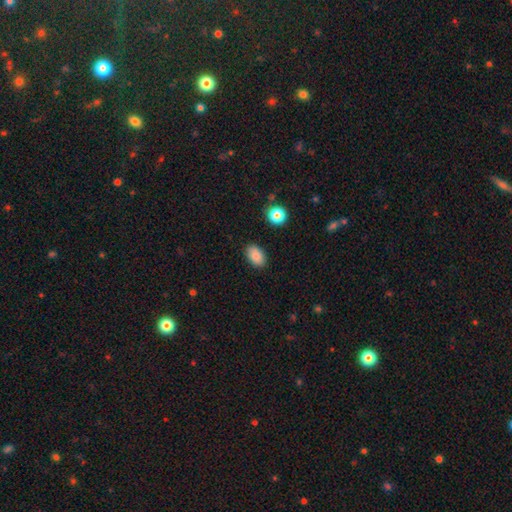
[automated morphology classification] smooth 85%, star or artifact 9%, featured or disk 6%. Down the decision tree: how rounded — in between (88%); merging — none (86%).